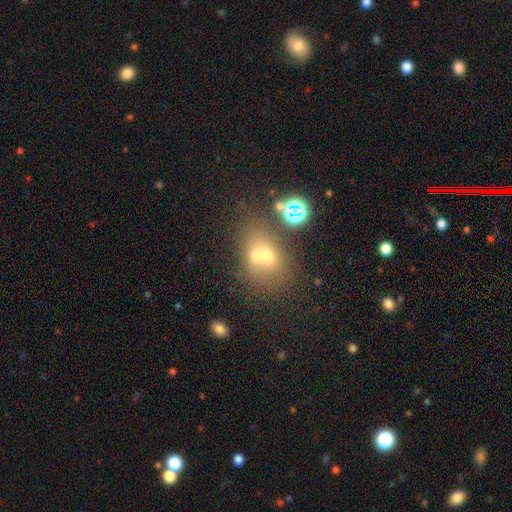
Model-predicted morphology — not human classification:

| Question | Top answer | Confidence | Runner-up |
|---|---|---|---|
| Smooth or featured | smooth | 56% | featured or disk (23%) |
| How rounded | in between | 52% | round (47%) |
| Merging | merger | 54% | none (33%) |